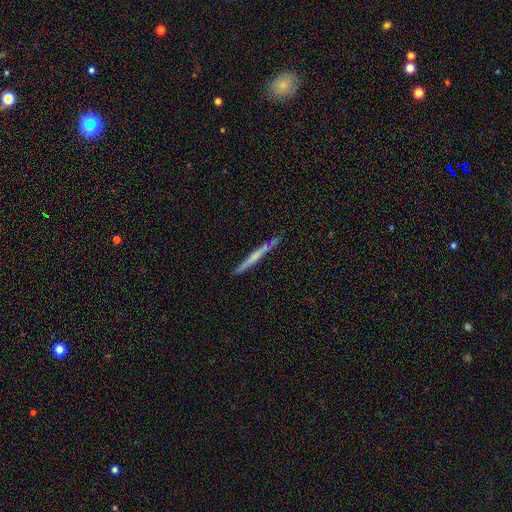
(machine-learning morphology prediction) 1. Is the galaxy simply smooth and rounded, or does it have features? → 51% featured or disk, 43% smooth, 6% star or artifact.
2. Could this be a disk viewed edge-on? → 97% yes, 3% no.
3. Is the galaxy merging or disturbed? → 84% none, 11% minor disturbance, 3% merger, 2% major disturbance.